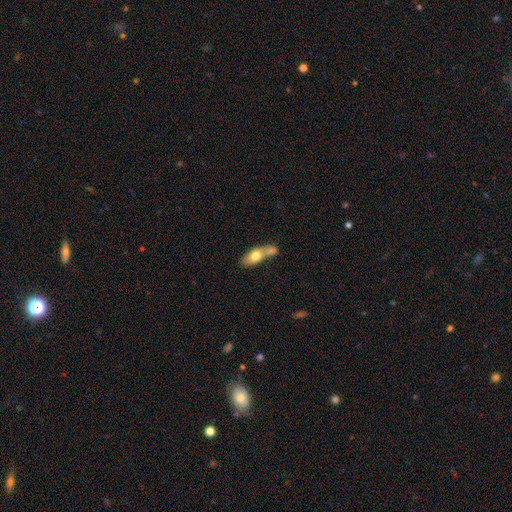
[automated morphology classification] Smooth or featured? Predicted: smooth (p=0.66). How rounded? Predicted: in between (p=0.69). Merging? Predicted: merger (p=0.52).